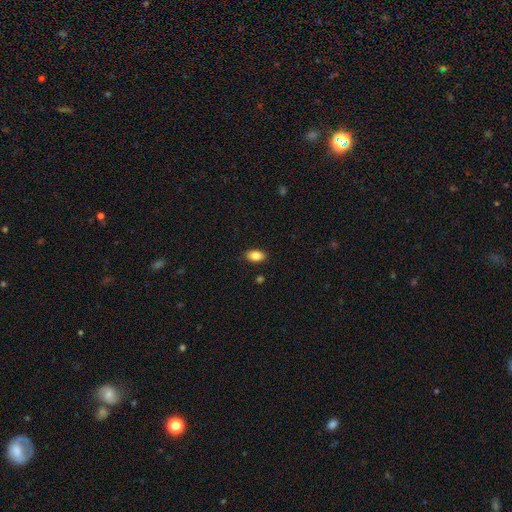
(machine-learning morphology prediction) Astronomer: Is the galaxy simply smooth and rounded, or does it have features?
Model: smooth — 84%.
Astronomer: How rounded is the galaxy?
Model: in between — 91%.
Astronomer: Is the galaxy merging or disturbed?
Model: none — 88%.